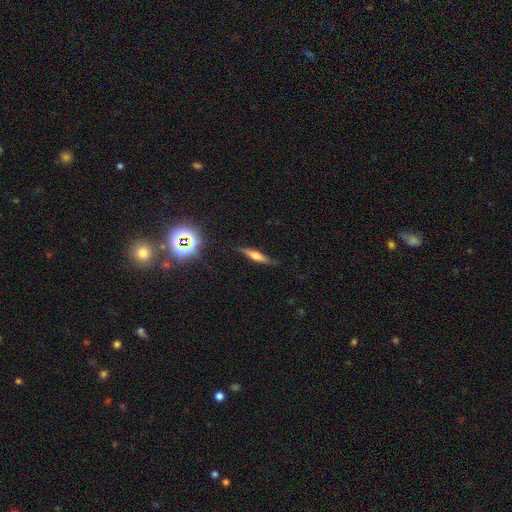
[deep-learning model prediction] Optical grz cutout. It shows a featured or disk galaxy (51%) viewed edge-on (93%). Merging: none (82%).